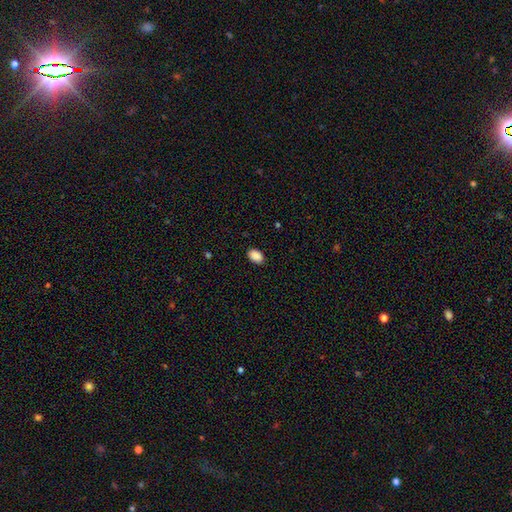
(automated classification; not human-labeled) Smooth or featured?
  - smooth: 90% *
  - star or artifact: 8%
  - featured or disk: 3%
How rounded?
  - in between: 90% *
  - round: 9%
  - cigar-shaped: 1%
Merging?
  - none: 88% *
  - minor disturbance: 9%
  - major disturbance: 2%
  - merger: 1%